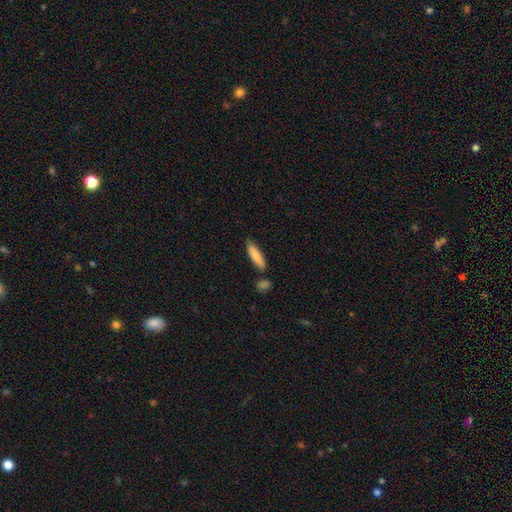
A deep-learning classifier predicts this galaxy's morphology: A smooth galaxy with no disk features (79%) that is cigar-shaped (76%). Merging: none (78%).